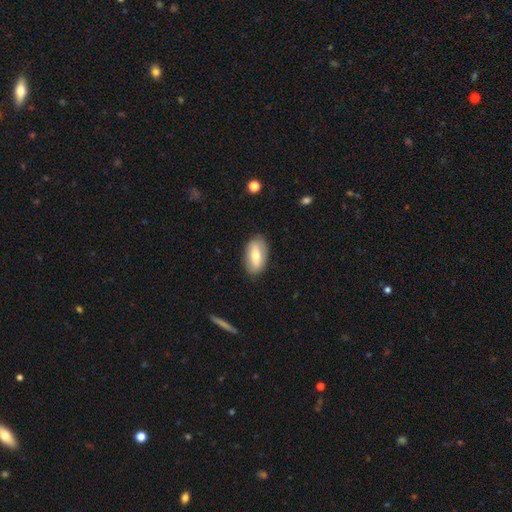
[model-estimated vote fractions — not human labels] Morphology: type=smooth (61%); roundness=in between (91%); merging=none (84%).